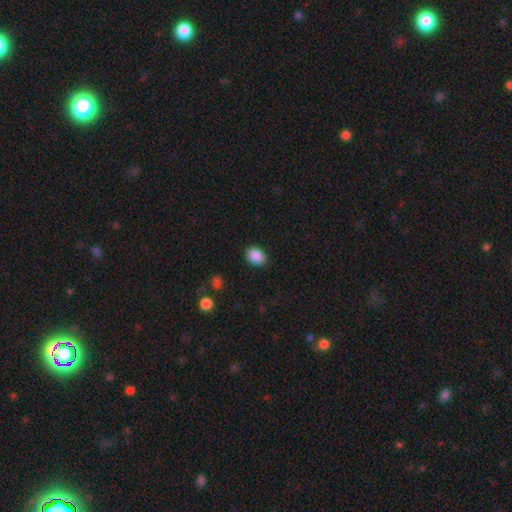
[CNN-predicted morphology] This is clearly a smooth galaxy (89%). How rounded: likely in between (74%). Merging: clearly none (88%).